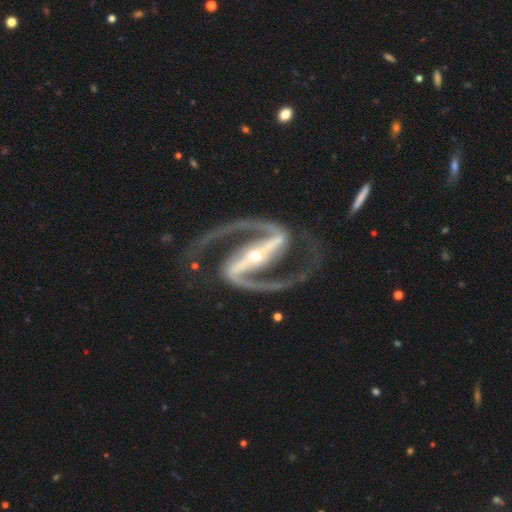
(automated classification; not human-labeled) Smooth or featured? Predicted: featured or disk (p=0.95). Edge-on disk? Predicted: no (p=0.97). Bar? Predicted: strong (p=0.85). Spiral arms? Predicted: yes (p=0.99). Spiral winding? Predicted: medium (p=0.67). Spiral arm count? Predicted: 2 (p=0.95). Bulge size? Predicted: small (p=0.68). Merging? Predicted: none (p=0.82).